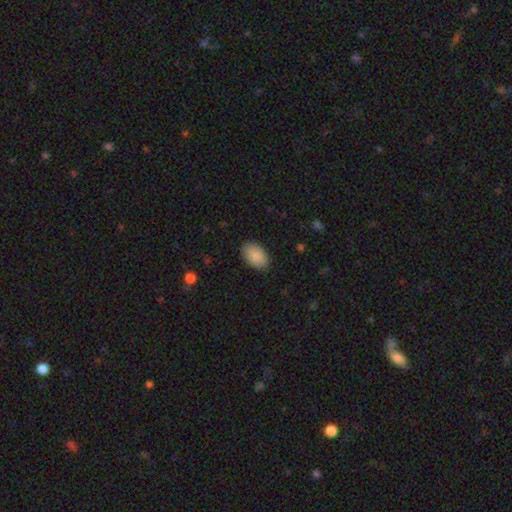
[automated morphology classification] smooth-or-featured: smooth: 90% | star or artifact: 6% | featured or disk: 4%
  how-rounded: in between: 93% | round: 6% | cigar-shaped: 1%
  merging: none: 88% | minor disturbance: 9% | major disturbance: 2% | merger: 1%